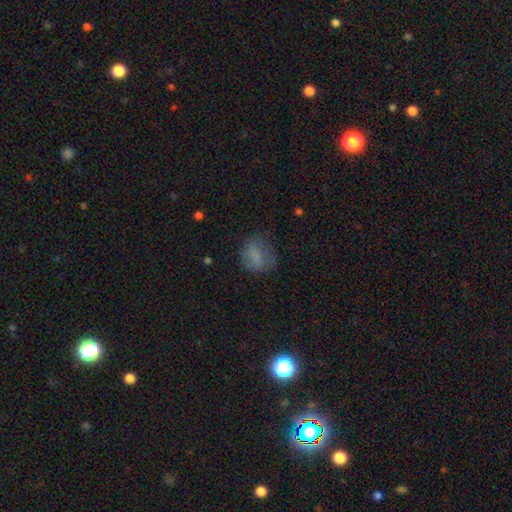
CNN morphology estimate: Smooth or featured? Predicted: smooth (p=0.72). How rounded? Predicted: round (p=0.54). Merging? Predicted: none (p=0.60).